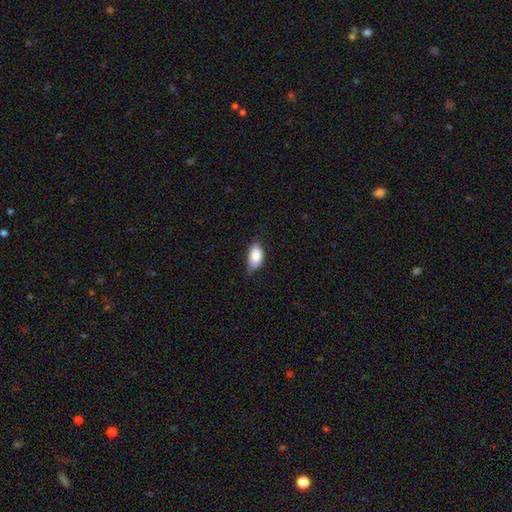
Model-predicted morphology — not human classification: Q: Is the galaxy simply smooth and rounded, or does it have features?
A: smooth — 84%.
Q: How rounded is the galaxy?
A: in between — 92%.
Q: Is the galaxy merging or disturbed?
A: none — 57%.